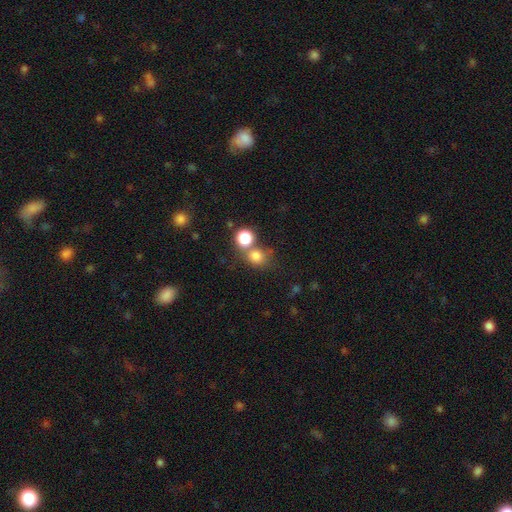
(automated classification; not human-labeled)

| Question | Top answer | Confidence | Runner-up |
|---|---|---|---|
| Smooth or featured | smooth | 79% | star or artifact (14%) |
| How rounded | round | 82% | in between (17%) |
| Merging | none | 53% | merger (34%) |